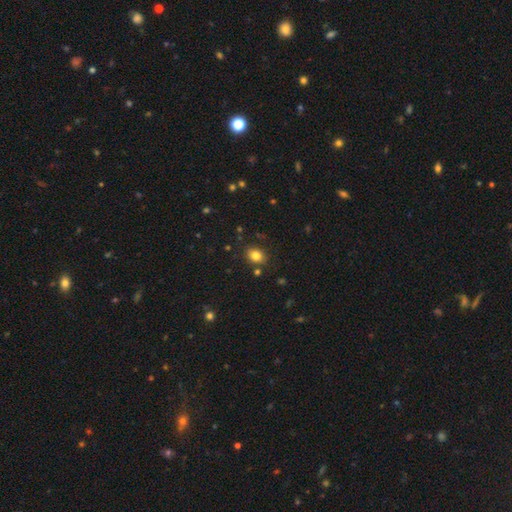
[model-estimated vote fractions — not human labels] This is clearly a smooth galaxy (82%). How rounded: possibly in between (56%). Merging: clearly none (84%).